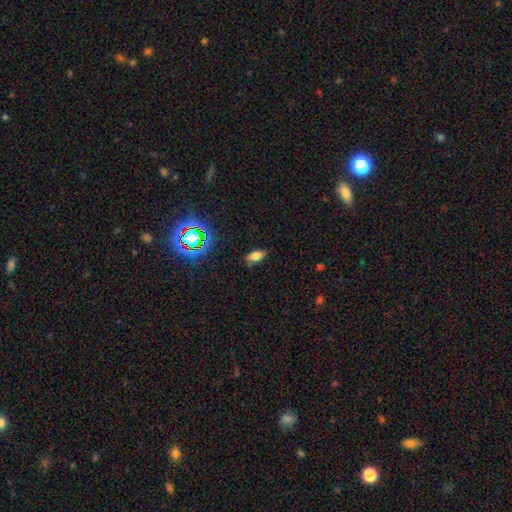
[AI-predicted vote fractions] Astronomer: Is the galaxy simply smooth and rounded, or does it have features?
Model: smooth — 70%.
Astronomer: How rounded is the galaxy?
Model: in between — 86%.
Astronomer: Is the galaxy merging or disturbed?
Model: none — 76%.